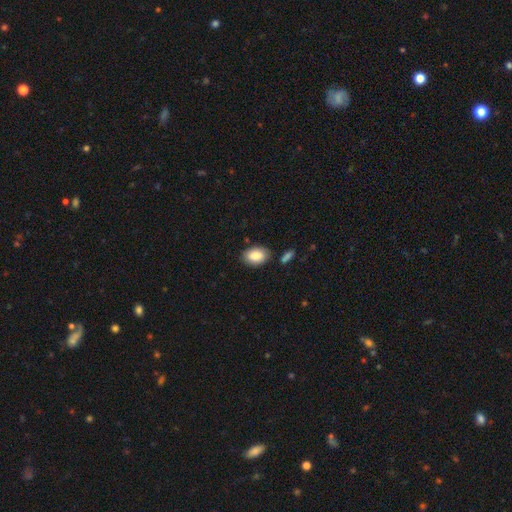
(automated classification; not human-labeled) smooth-or-featured: smooth: 84% | featured or disk: 9% | star or artifact: 7%
  how-rounded: in between: 84% | round: 15% | cigar-shaped: 1%
  merging: none: 81% | minor disturbance: 12% | merger: 5% | major disturbance: 3%